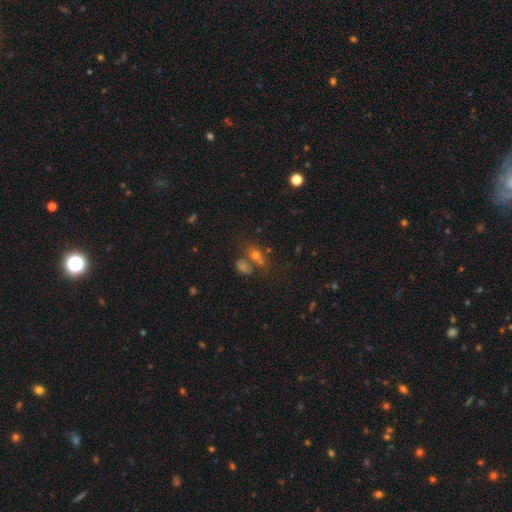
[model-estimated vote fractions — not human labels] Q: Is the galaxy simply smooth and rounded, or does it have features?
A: smooth — 43%.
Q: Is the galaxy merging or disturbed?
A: none — 42%.